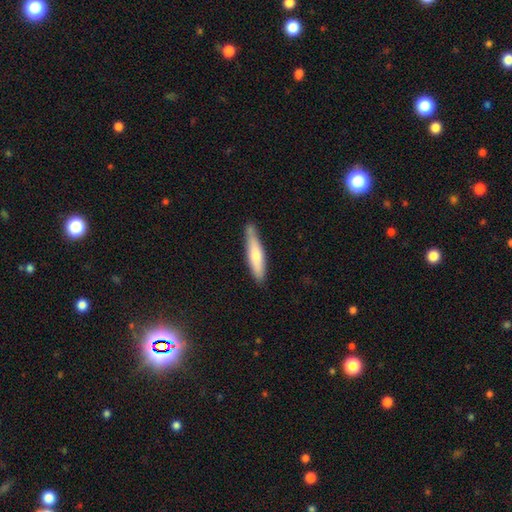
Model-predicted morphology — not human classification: This is likely a smooth galaxy (67%). How rounded: clearly cigar-shaped (84%). Merging: likely none (76%).